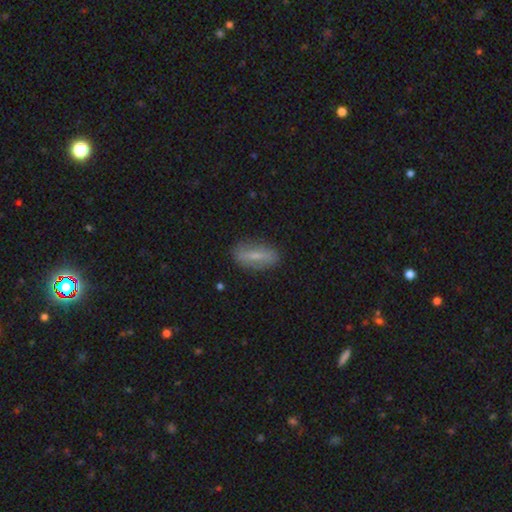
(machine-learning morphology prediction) Overall: smooth (58%; featured or disk 34%). How rounded: in between (70%). Merging: none (83%).